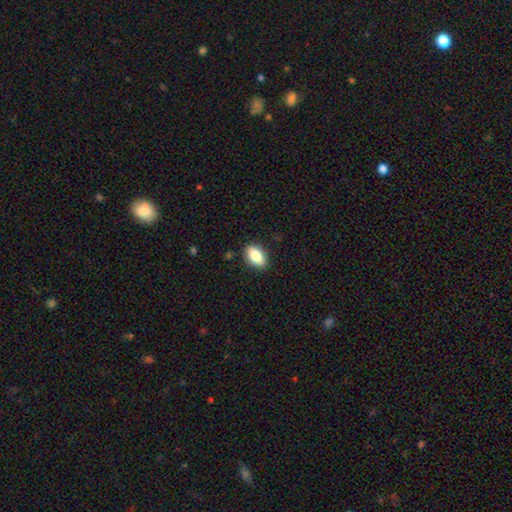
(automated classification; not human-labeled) Q: Smooth or featured?
A: smooth (81%); runner-up: featured or disk (12%)
Q: How rounded?
A: in between (89%); runner-up: round (8%)
Q: Merging?
A: none (88%); runner-up: minor disturbance (9%)